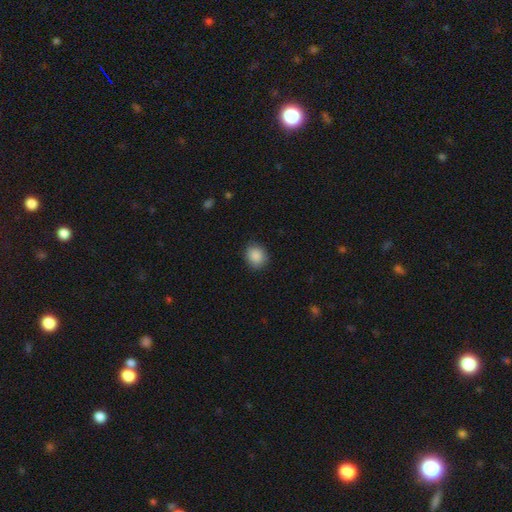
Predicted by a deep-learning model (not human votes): Q: Smooth or featured?
A: smooth (89%); runner-up: star or artifact (8%)
Q: How rounded?
A: round (69%); runner-up: in between (30%)
Q: Merging?
A: none (86%); runner-up: minor disturbance (11%)